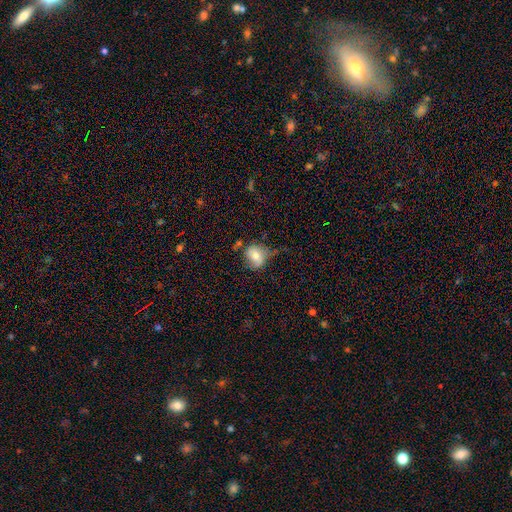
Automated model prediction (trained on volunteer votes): This is likely a smooth galaxy (64%). How rounded: possibly round (60%). Merging: marginally none (40%).